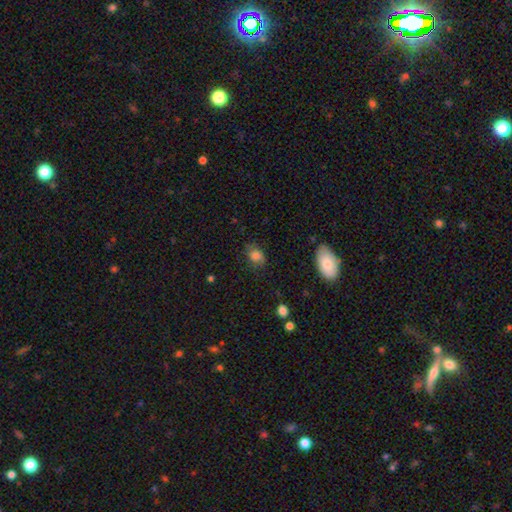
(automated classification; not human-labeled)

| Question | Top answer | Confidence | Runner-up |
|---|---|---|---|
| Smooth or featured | smooth | 73% | featured or disk (16%) |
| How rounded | in between | 69% | round (29%) |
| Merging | none | 70% | minor disturbance (21%) |